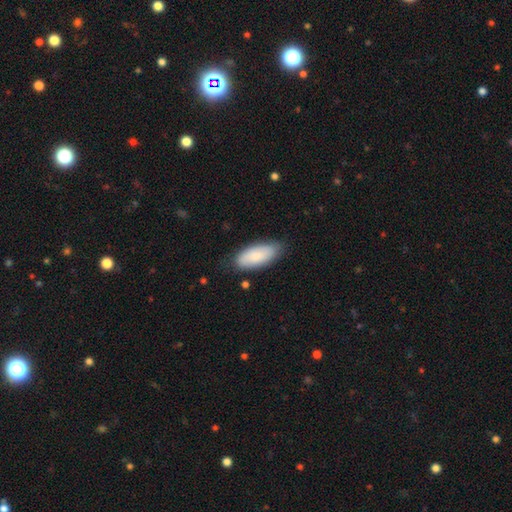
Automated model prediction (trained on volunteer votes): A smooth galaxy with no disk features (80%) that is in between round and cigar-shaped (87%).

Vote fractions:
- Smooth or featured? smooth: 80% / featured or disk: 15% / star or artifact: 6%
- How rounded? in between: 87% / cigar-shaped: 12% / round: 2%
- Merging? none: 78% / minor disturbance: 17% / major disturbance: 3% / merger: 1%